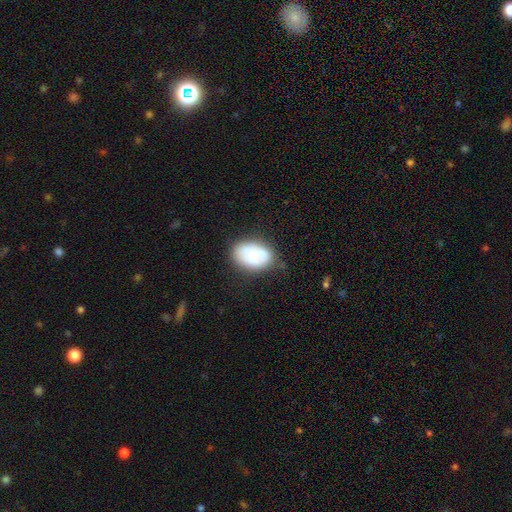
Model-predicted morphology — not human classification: smooth 70%, featured or disk 22%, star or artifact 8%. Down the decision tree: how rounded — in between (84%); merging — none (68%).